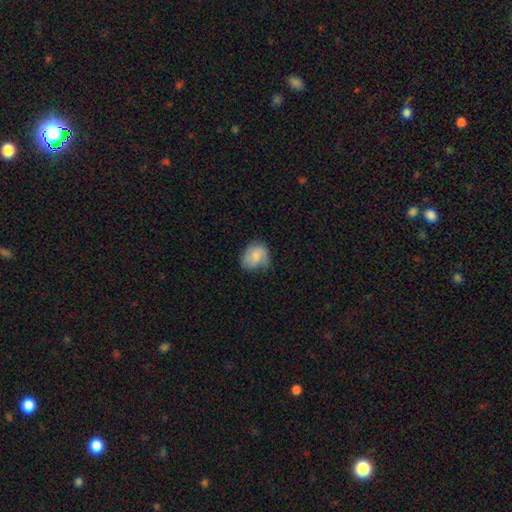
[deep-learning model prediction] Q: Smooth or featured?
A: smooth (71%); runner-up: featured or disk (22%)
Q: How rounded?
A: round (57%); runner-up: in between (42%)
Q: Merging?
A: none (57%); runner-up: minor disturbance (32%)